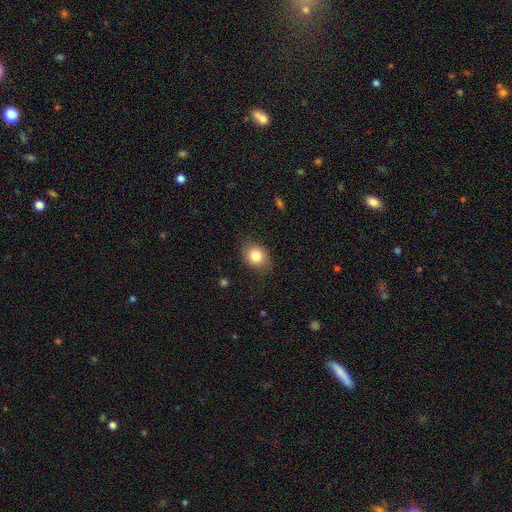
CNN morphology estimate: Q: Smooth or featured?
A: smooth (82%); runner-up: star or artifact (9%)
Q: How rounded?
A: in between (51%); runner-up: round (48%)
Q: Merging?
A: none (79%); runner-up: minor disturbance (16%)